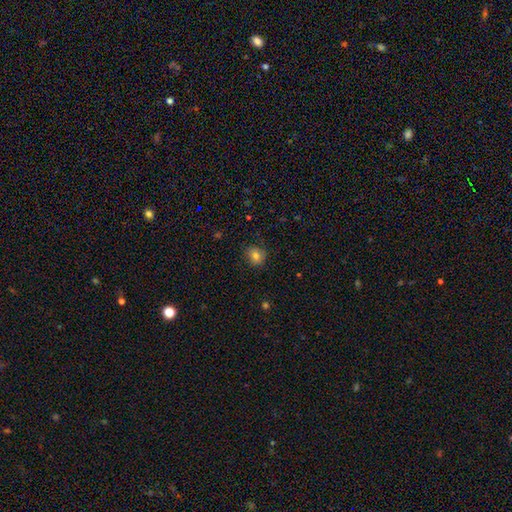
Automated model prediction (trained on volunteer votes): Smooth or featured? Predicted: smooth (p=0.80). How rounded? Predicted: round (p=0.75). Merging? Predicted: none (p=0.82).